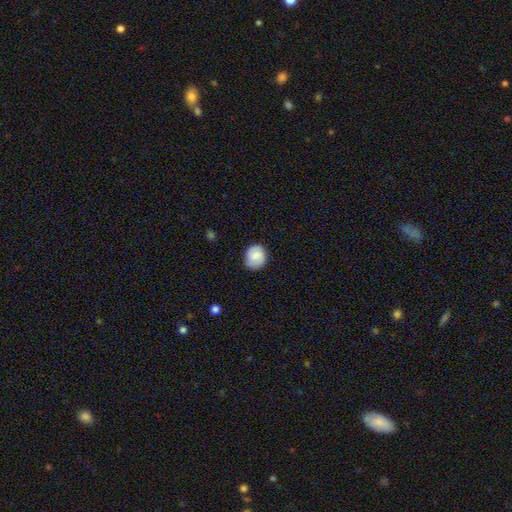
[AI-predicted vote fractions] A smooth galaxy with no disk features (81%) that is round (74%).

Vote fractions:
- Smooth or featured? smooth: 81% / featured or disk: 12% / star or artifact: 7%
- How rounded? round: 74% / in between: 25% / cigar-shaped: 1%
- Merging? none: 80% / minor disturbance: 15% / major disturbance: 3% / merger: 1%